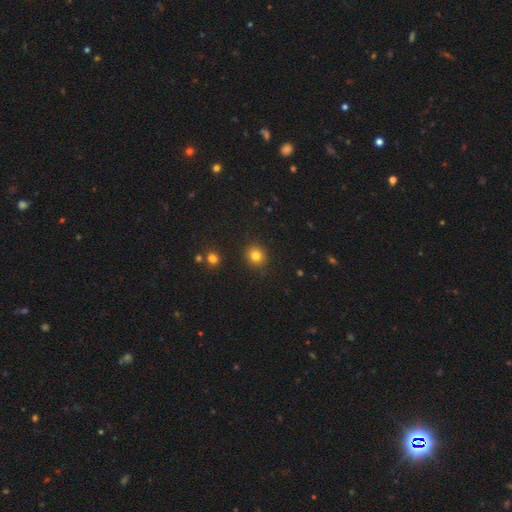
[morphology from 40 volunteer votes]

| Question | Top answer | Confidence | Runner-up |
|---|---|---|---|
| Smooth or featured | smooth | 80% | featured or disk (10%) |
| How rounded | round | 88% | in between (9%) |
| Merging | none | 92% | minor disturbance (3%) |